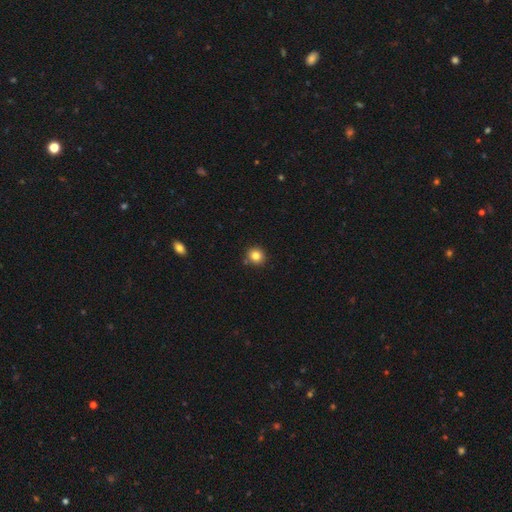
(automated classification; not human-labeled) smooth-or-featured: smooth: 83% | star or artifact: 11% | featured or disk: 6%
  how-rounded: round: 90% | in between: 9% | cigar-shaped: 1%
  merging: none: 86% | minor disturbance: 8% | merger: 5% | major disturbance: 2%